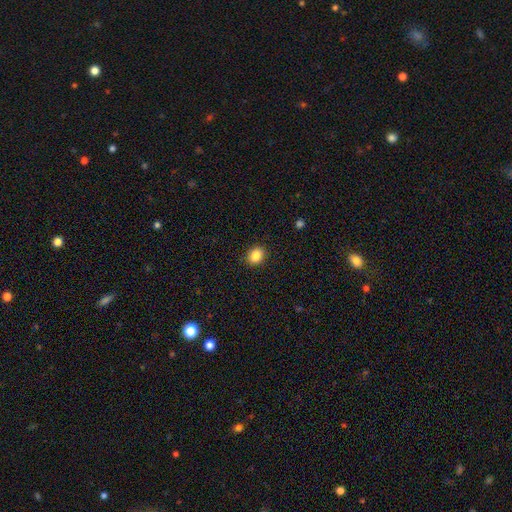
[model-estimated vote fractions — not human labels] This appears to be a smooth galaxy with no disk features (85%) that is round (53%). Merging: none (90%).